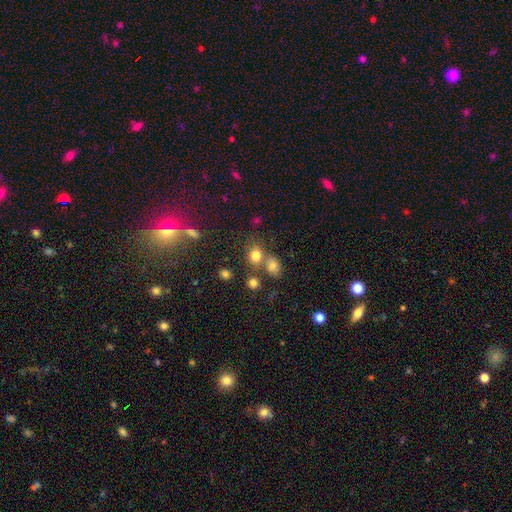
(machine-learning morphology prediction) smooth_or_featured: smooth (p=0.76) [alt: star or artifact p=0.16]
how_rounded: round (p=0.61) [alt: in between p=0.37]
merging: none (p=0.56) [alt: merger p=0.28]